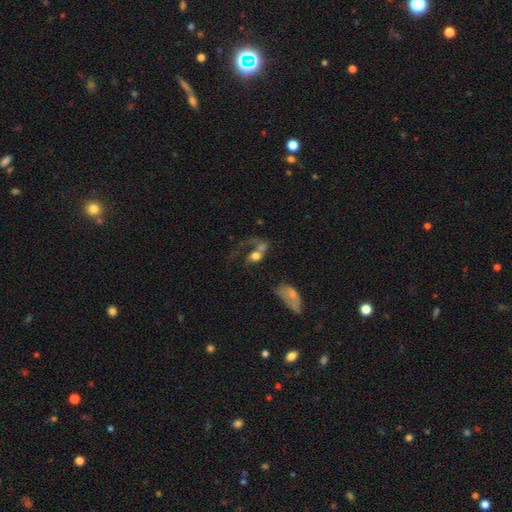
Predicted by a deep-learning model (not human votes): featured or disk 52%, smooth 38%, star or artifact 10%. Down the decision tree: edge-on disk — no (95%); merging — merger (45%).